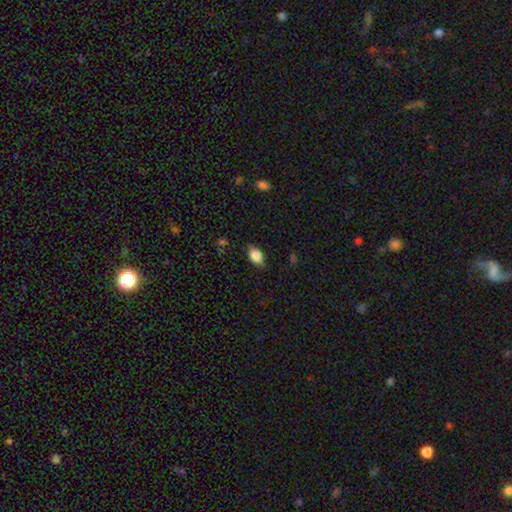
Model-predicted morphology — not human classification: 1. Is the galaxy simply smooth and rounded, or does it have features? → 81% smooth, 11% featured or disk, 8% star or artifact.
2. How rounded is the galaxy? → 86% in between, 10% round, 3% cigar-shaped.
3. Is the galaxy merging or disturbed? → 79% none, 16% minor disturbance, 3% major disturbance, 1% merger.